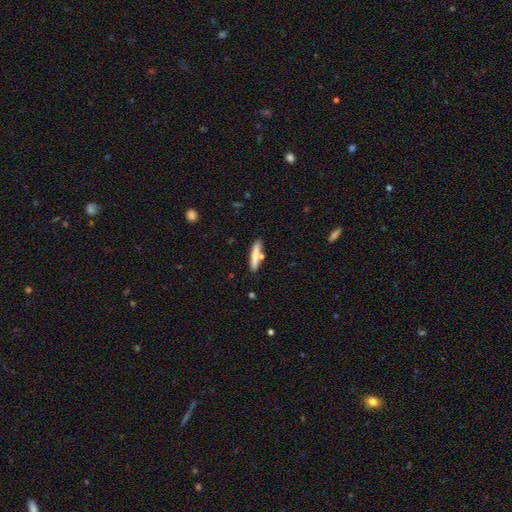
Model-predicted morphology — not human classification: Smooth or featured: smooth — 71% (featured or disk — 23%)
How rounded: cigar-shaped — 85% (in between — 13%)
Merging: none — 76% (minor disturbance — 12%)